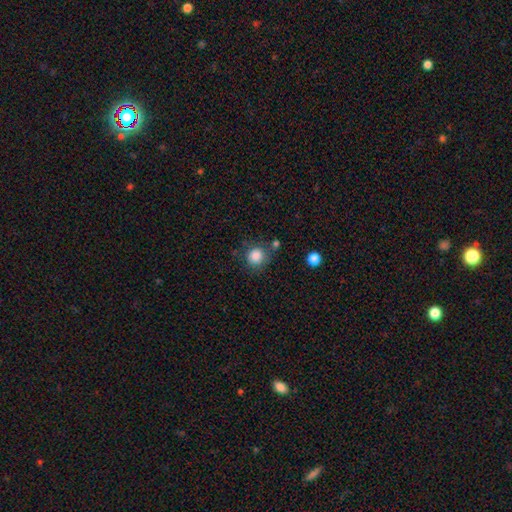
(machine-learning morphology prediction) smooth 86%, star or artifact 10%, featured or disk 4%. Down the decision tree: how rounded — round (90%); merging — none (75%).